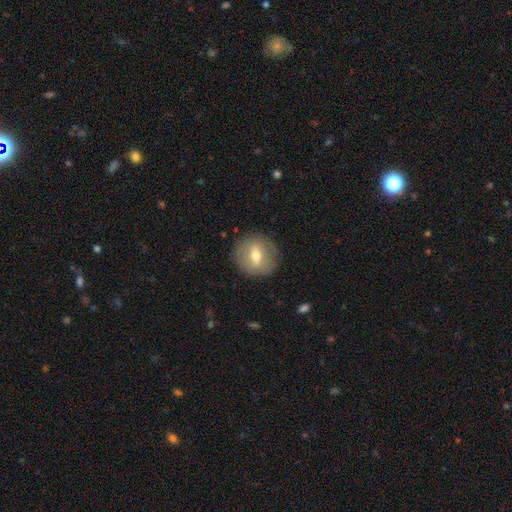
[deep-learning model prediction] Smooth or featured? smooth (58%)
How rounded? round (86%)
Merging? none (87%)